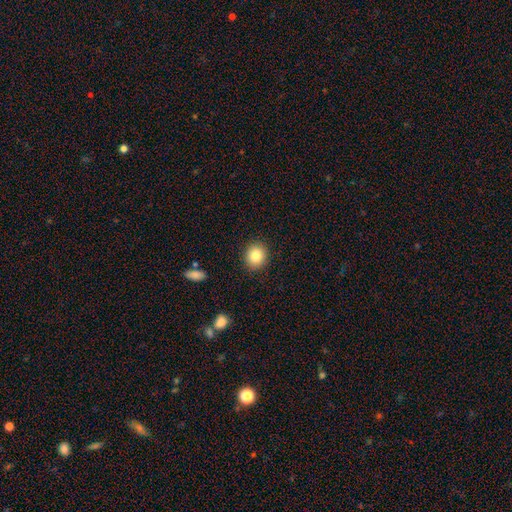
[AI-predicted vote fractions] A smooth galaxy with no disk features (84%) that is round (75%).

Vote fractions:
- Smooth or featured? smooth: 84% / star or artifact: 9% / featured or disk: 7%
- How rounded? round: 75% / in between: 24% / cigar-shaped: 1%
- Merging? none: 90% / minor disturbance: 7% / major disturbance: 2% / merger: 1%